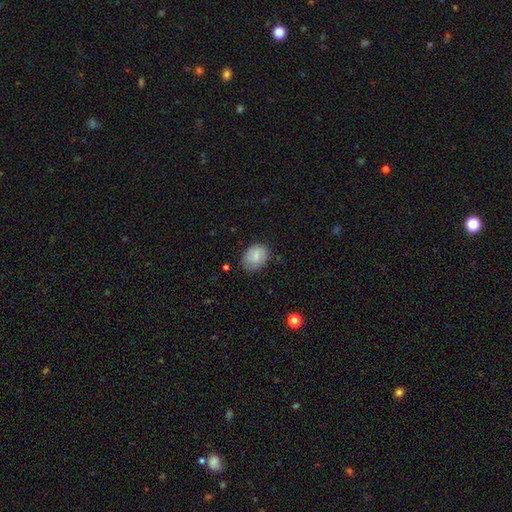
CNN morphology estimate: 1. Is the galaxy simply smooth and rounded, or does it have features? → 79% smooth, 14% featured or disk, 8% star or artifact.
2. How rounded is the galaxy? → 65% in between, 34% round, 1% cigar-shaped.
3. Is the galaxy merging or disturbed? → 74% none, 20% minor disturbance, 4% major disturbance, 2% merger.